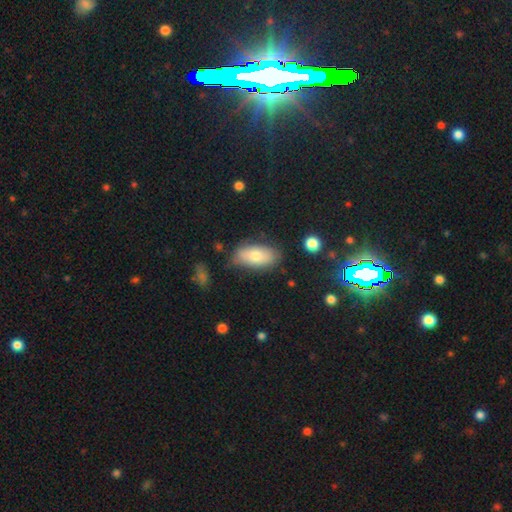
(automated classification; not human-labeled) This is likely a smooth galaxy (72%). How rounded: clearly in between (90%). Merging: likely none (71%).